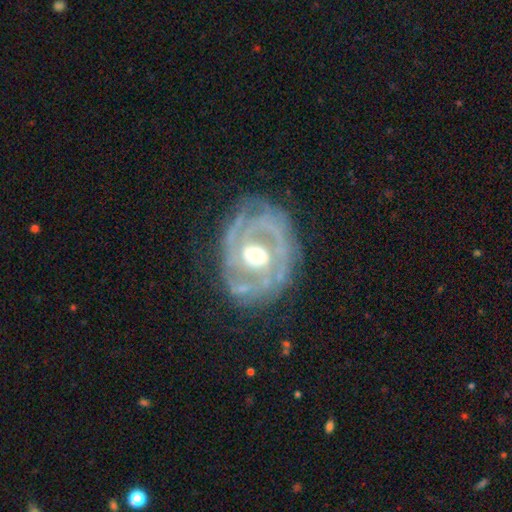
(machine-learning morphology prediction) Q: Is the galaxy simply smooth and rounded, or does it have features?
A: featured or disk — 87%.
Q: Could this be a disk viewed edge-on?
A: no — 97%.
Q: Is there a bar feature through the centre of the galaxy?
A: no — 55%.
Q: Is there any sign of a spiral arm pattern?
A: yes — 88%.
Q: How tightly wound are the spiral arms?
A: tight — 59%.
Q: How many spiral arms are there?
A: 2 — 44%.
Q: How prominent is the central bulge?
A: moderate — 70%.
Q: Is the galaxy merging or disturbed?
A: none — 70%.